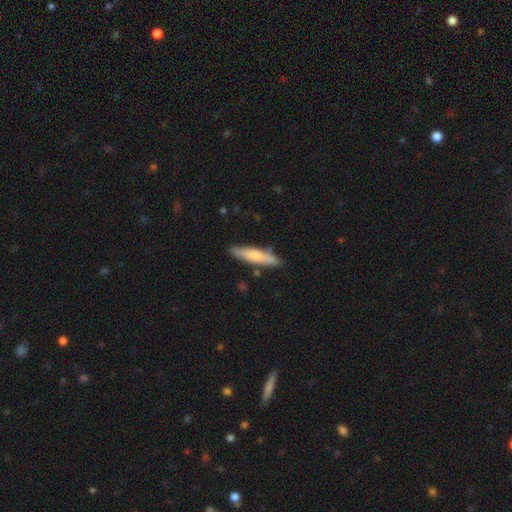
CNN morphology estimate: smooth_or_featured: smooth (p=0.69) [alt: featured or disk p=0.26]
how_rounded: cigar-shaped (p=0.82) [alt: in between p=0.16]
merging: none (p=0.82) [alt: minor disturbance p=0.13]